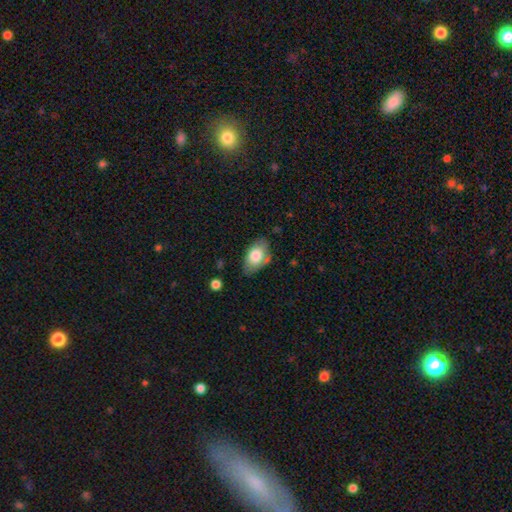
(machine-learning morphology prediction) smooth-or-featured: smooth: 77% | featured or disk: 17% | star or artifact: 7%
  how-rounded: in between: 91% | round: 7% | cigar-shaped: 2%
  merging: none: 68% | minor disturbance: 24% | major disturbance: 5% | merger: 3%